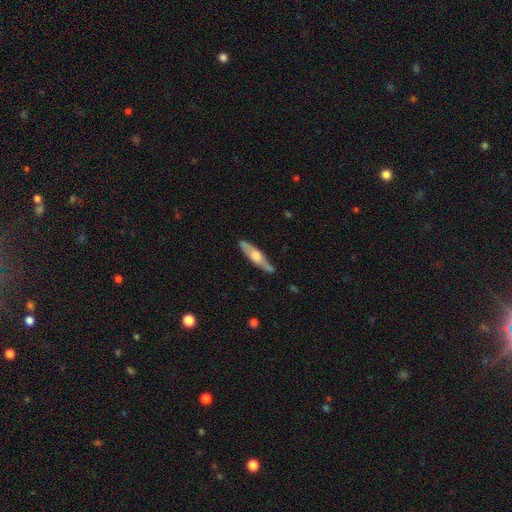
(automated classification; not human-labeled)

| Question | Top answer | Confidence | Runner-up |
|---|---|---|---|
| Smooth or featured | featured or disk | 59% | smooth (36%) |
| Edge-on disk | yes | 79% | no (21%) |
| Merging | none | 83% | minor disturbance (13%) |